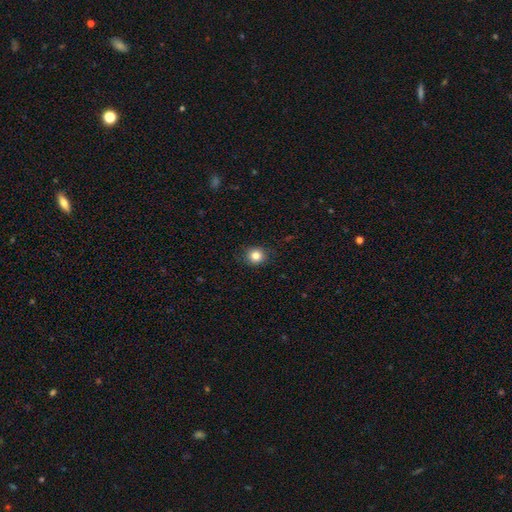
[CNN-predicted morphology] smooth 83%, star or artifact 11%, featured or disk 6%. Down the decision tree: how rounded — round (85%); merging — none (88%).